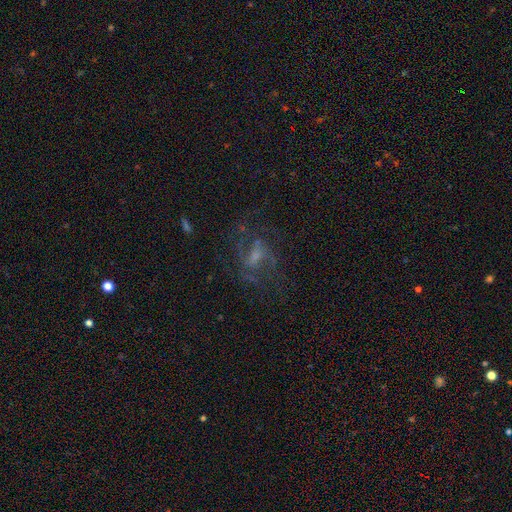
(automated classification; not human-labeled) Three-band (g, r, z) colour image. It shows a featured or disk galaxy (67%) with a weak bar (48%), spiral arms (77%) and a small central bulge (38%). Merging: none (56%).